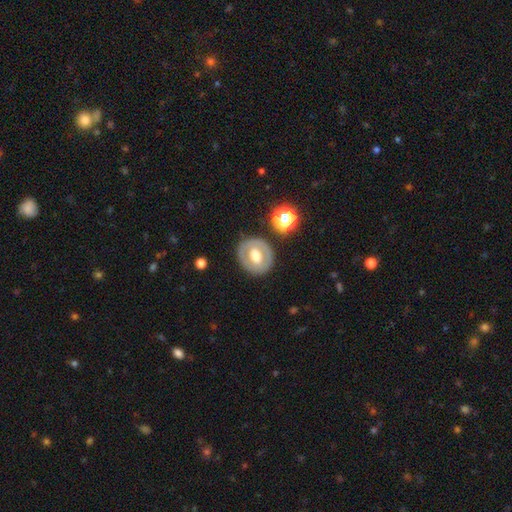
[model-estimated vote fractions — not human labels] Smooth or featured? Predicted: featured or disk (p=0.48). Merging? Predicted: none (p=0.83).